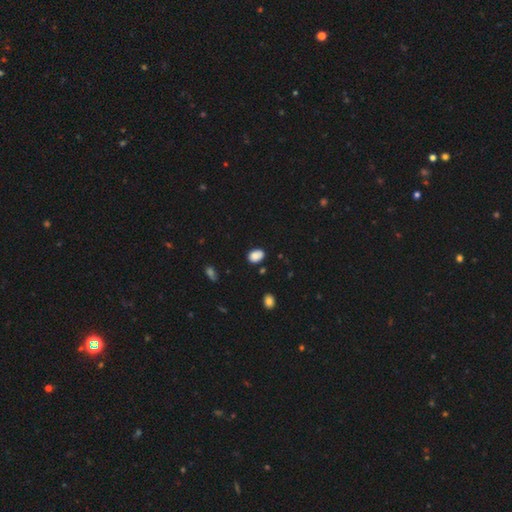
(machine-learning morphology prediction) Overall: smooth (85%). How rounded: in between (80%). Merging: none (77%).